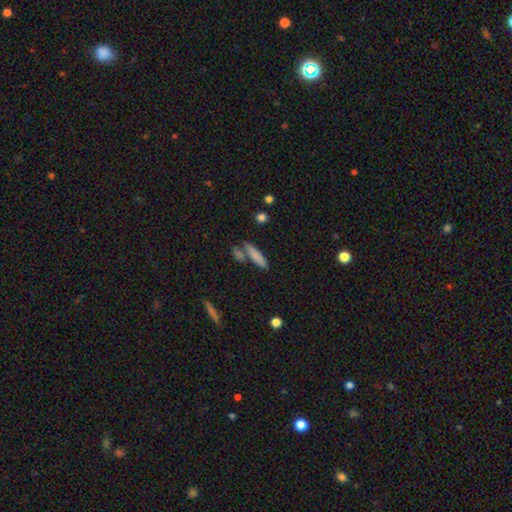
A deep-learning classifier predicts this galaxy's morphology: Smooth or featured? Predicted: smooth (p=0.80). How rounded? Predicted: cigar-shaped (p=0.70). Merging? Predicted: none (p=0.64).